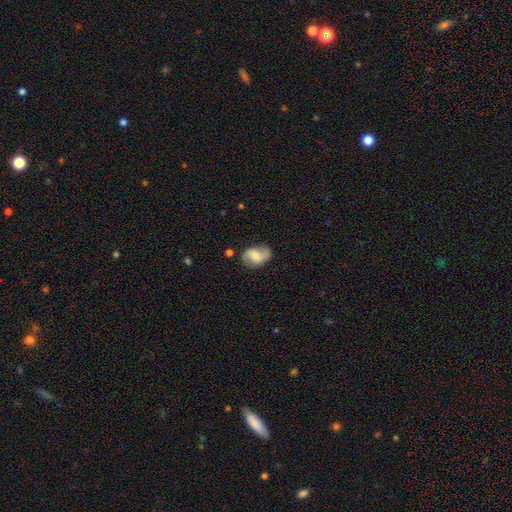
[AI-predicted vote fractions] Smooth or featured?
  - featured or disk: 47% *
  - smooth: 44%
  - star or artifact: 8%
Merging?
  - none: 65% *
  - minor disturbance: 24%
  - major disturbance: 8%
  - merger: 3%